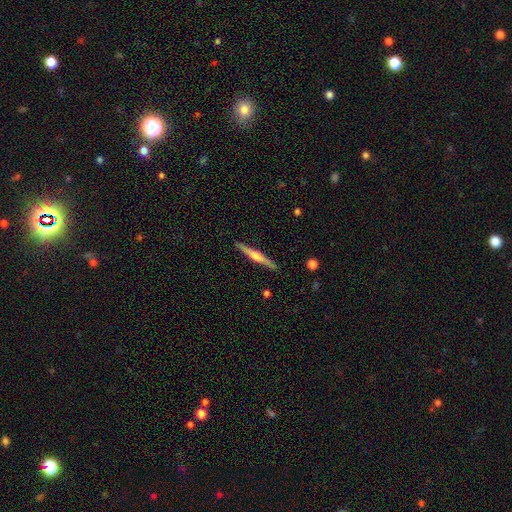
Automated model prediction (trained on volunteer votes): Smooth or featured: featured or disk — 70% (smooth — 25%)
Edge-on disk: yes — 98% (no — 2%)
Edge-on bulge: rounded — 80% (boxy — 11%)
Merging: none — 91% (minor disturbance — 6%)